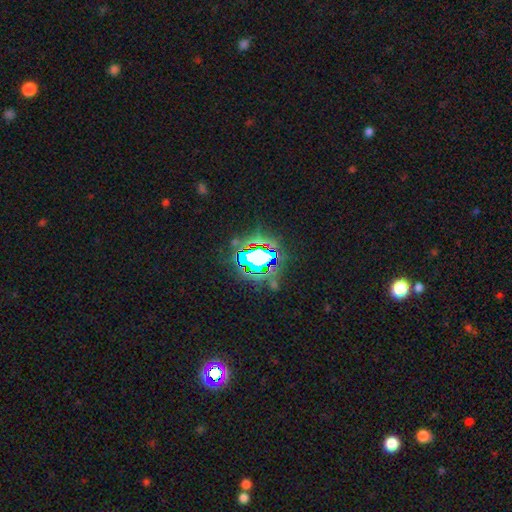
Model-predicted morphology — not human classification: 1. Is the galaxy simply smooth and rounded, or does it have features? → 70% star or artifact, 16% smooth, 14% featured or disk.